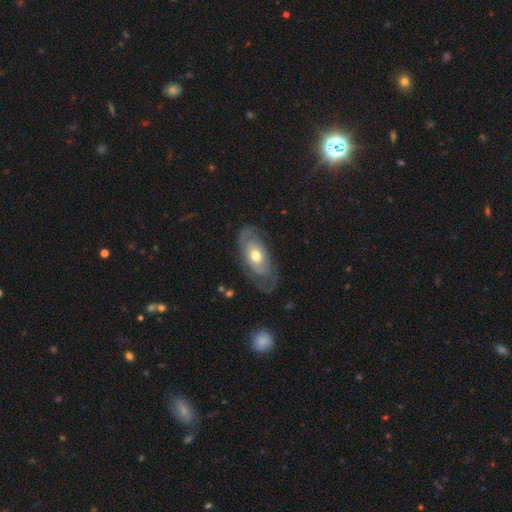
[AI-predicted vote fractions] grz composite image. It shows a featured or disk galaxy (70%) with no bar (83%), spiral arms (69%) and a moderate central bulge (74%). Merging: none (65%).